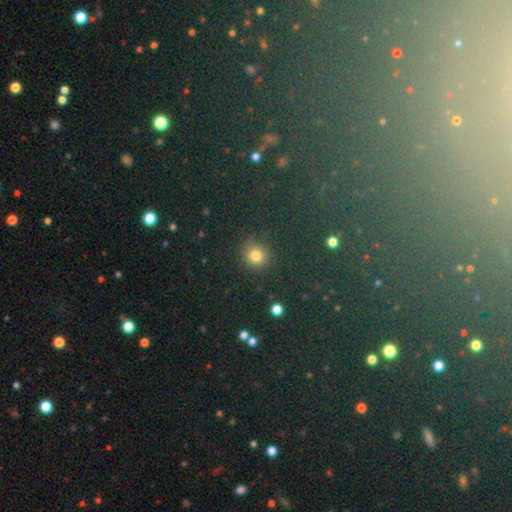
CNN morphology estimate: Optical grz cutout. It shows a smooth galaxy with no disk features (76%) that is round (89%). Merging: none (88%).